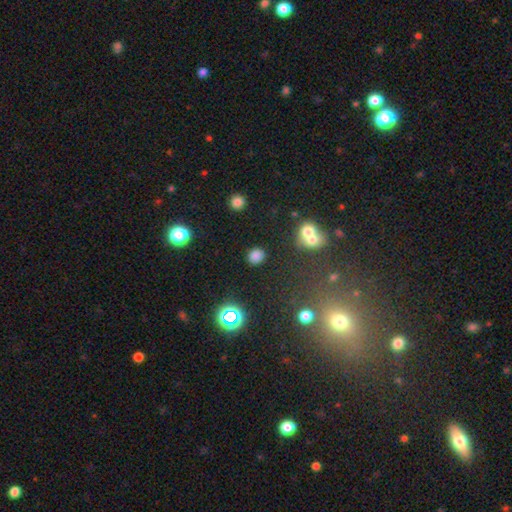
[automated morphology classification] smooth-or-featured: smooth: 77% | star or artifact: 17% | featured or disk: 6%
  how-rounded: round: 68% | in between: 31% | cigar-shaped: 1%
  merging: none: 81% | minor disturbance: 10% | merger: 6% | major disturbance: 3%